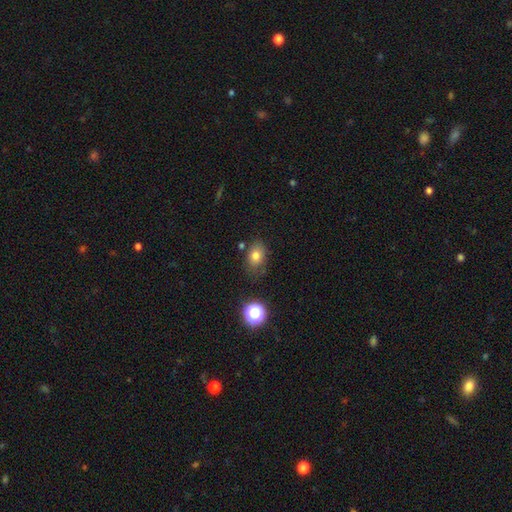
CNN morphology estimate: smooth_or_featured: smooth (p=0.77) [alt: star or artifact p=0.13]
how_rounded: in between (p=0.70) [alt: round p=0.29]
merging: none (p=0.70) [alt: minor disturbance p=0.20]